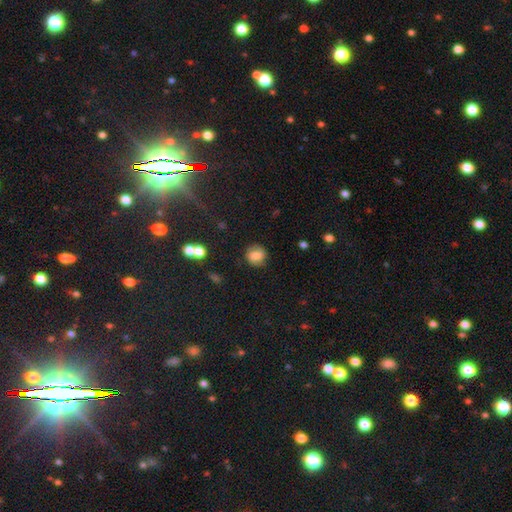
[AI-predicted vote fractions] Smooth or featured? Predicted: smooth (p=0.68). How rounded? Predicted: round (p=0.78). Merging? Predicted: none (p=0.82).